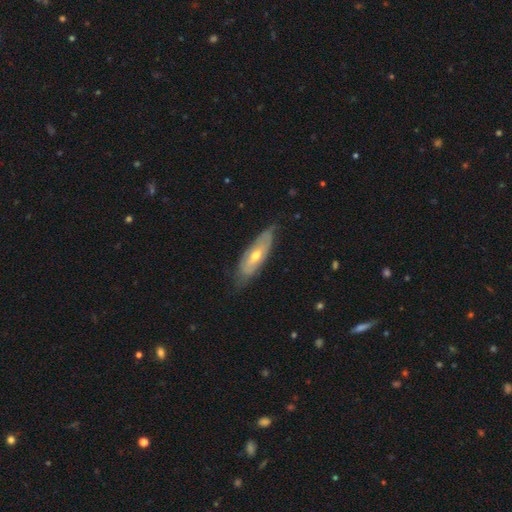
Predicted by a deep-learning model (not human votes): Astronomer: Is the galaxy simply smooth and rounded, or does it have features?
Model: featured or disk — 60%.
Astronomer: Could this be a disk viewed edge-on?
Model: no — 69%.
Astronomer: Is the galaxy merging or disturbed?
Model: none — 71%.